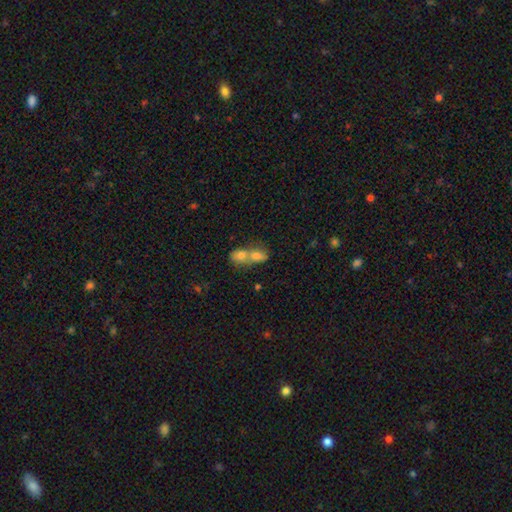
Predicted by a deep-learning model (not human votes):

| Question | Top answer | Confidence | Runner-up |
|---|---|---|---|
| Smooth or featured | smooth | 69% | featured or disk (19%) |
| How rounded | in between | 62% | round (35%) |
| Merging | merger | 77% | none (15%) |